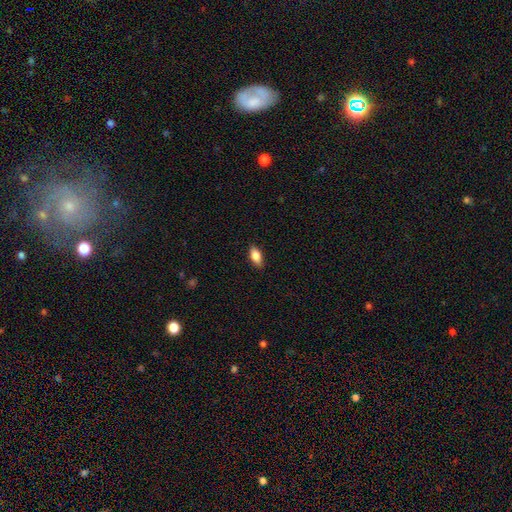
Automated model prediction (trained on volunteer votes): A smooth galaxy with no disk features (83%) that is in between round and cigar-shaped (87%).

Vote fractions:
- Smooth or featured? smooth: 83% / featured or disk: 10% / star or artifact: 7%
- How rounded? in between: 87% / cigar-shaped: 9% / round: 3%
- Merging? none: 86% / minor disturbance: 11% / major disturbance: 2% / merger: 1%